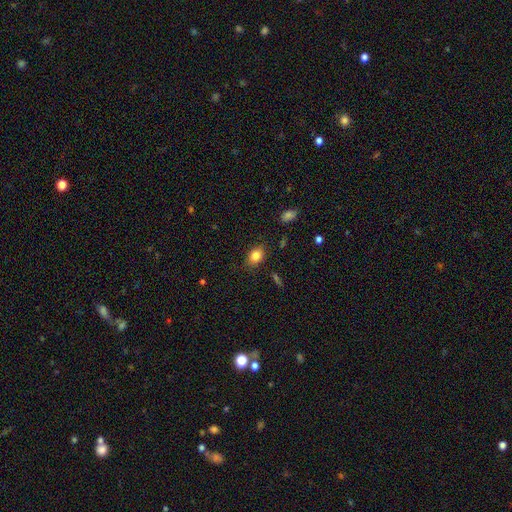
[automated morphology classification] smooth_or_featured: smooth (p=0.82) [alt: star or artifact p=0.10]
how_rounded: in between (p=0.71) [alt: round p=0.28]
merging: none (p=0.83) [alt: minor disturbance p=0.13]